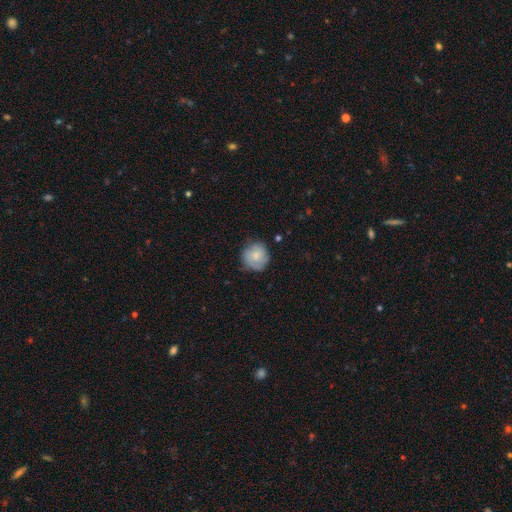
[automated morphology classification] smooth 71%, featured or disk 22%, star or artifact 7%. Down the decision tree: how rounded — round (90%); merging — none (74%).